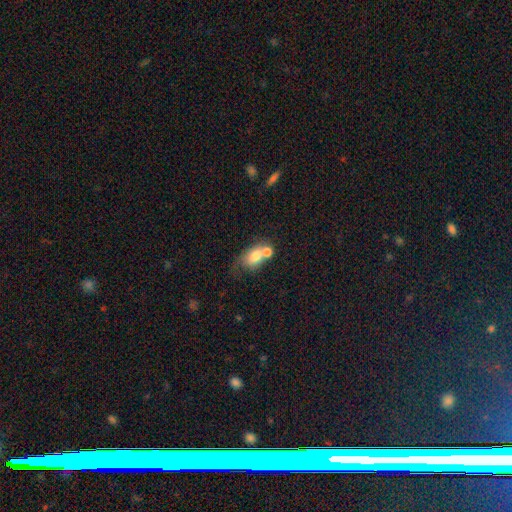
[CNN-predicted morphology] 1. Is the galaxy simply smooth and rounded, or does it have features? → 72% smooth, 19% featured or disk, 9% star or artifact.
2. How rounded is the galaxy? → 73% in between, 24% round, 2% cigar-shaped.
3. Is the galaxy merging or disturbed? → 53% merger, 25% none, 13% minor disturbance, 9% major disturbance.